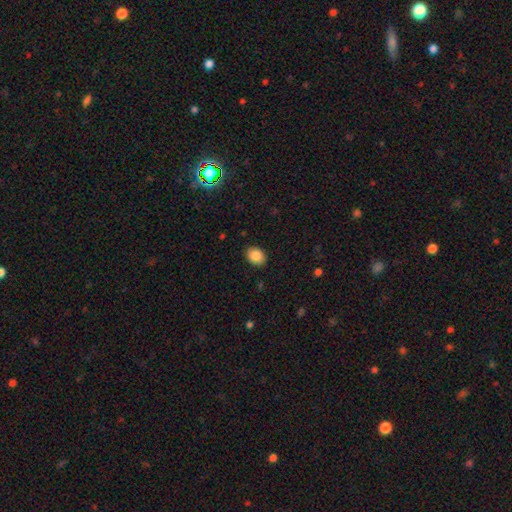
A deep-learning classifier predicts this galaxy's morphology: Overall: smooth (87%). How rounded: in between (62%; round 37%). Merging: none (89%).